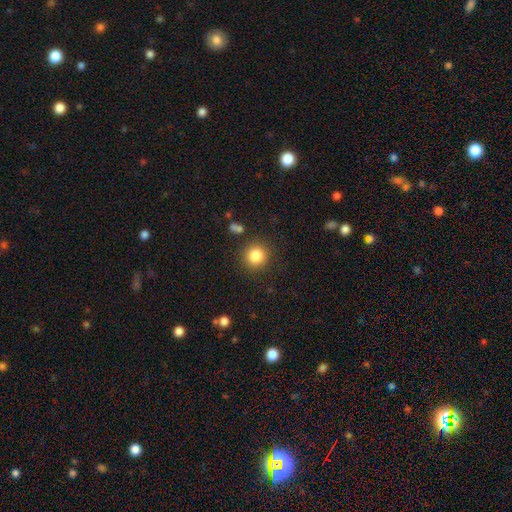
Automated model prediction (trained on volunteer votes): Overall: smooth (84%). How rounded: round (92%). Merging: none (88%).